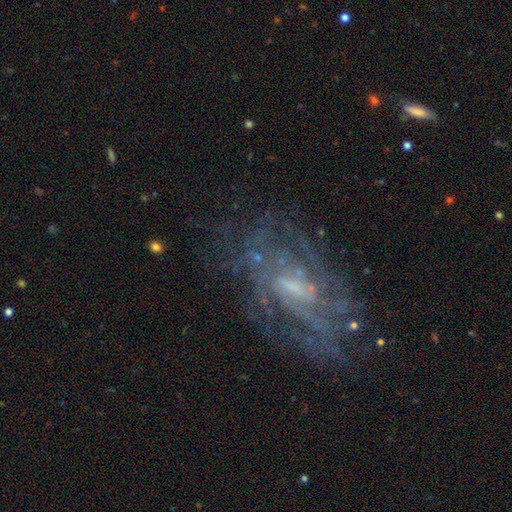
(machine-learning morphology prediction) featured or disk 81%, star or artifact 10%, smooth 9%. Down the decision tree: edge-on disk — no (94%); bar — weak (50%); spiral arms — yes (85%); spiral arm count — can't tell (53%); spiral winding — tight (47%); bulge size — small (41%); merging — none (63%).